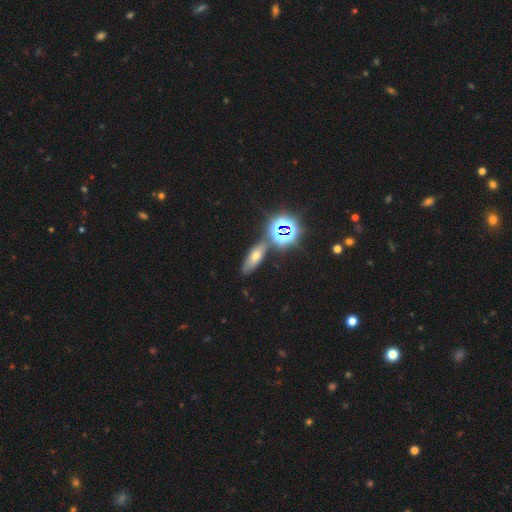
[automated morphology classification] Smooth or featured? Predicted: smooth (p=0.45). Merging? Predicted: none (p=0.76).